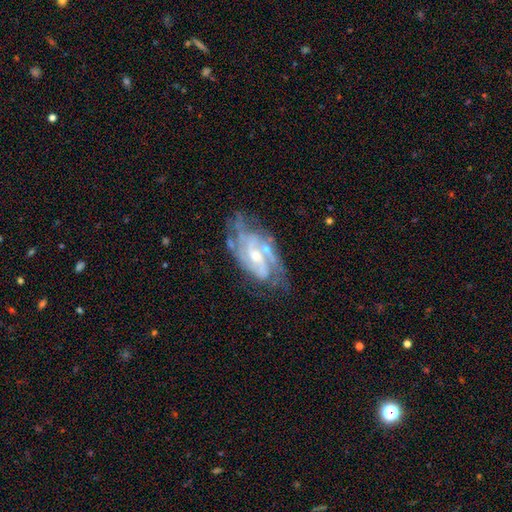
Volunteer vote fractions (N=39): Smooth or featured: featured or disk — 74% (smooth — 15%)
Edge-on disk: no — 100%
Bar: no — 45% (weak — 41%)
Spiral arms: yes — 93% (no — 7%)
Spiral winding: tight — 52% (medium — 37%)
Spiral arm count: 2 — 44% (can't tell — 37%)
Bulge size: moderate — 55% (small — 45%)
Merging: none — 74% (minor disturbance — 11%)